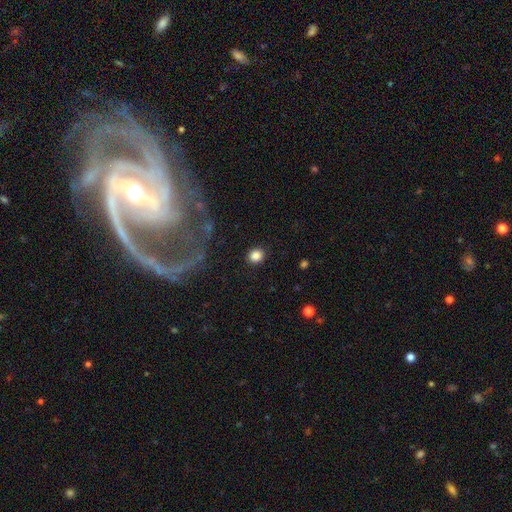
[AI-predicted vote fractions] Morphology: type=smooth (85%); roundness=round (82%); merging=none (90%).